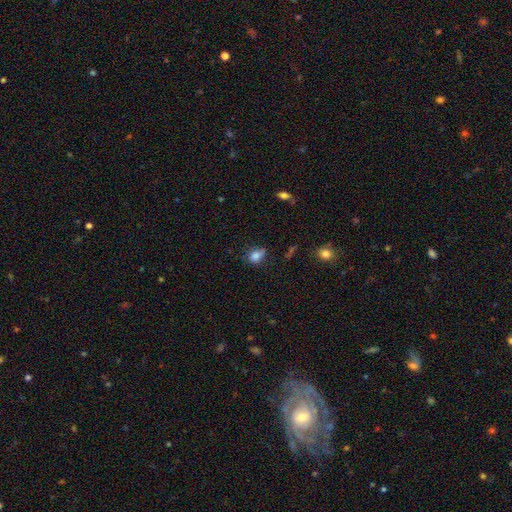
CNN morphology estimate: smooth_or_featured: smooth (p=0.80) [alt: star or artifact p=0.11]
how_rounded: in between (p=0.65) [alt: round p=0.33]
merging: none (p=0.58) [alt: minor disturbance p=0.30]